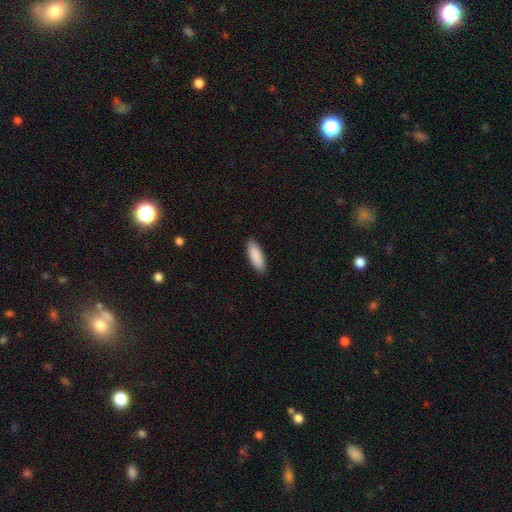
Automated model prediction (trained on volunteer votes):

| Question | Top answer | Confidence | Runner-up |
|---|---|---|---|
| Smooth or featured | smooth | 90% | star or artifact (5%) |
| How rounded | in between | 62% | cigar-shaped (37%) |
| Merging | none | 89% | minor disturbance (8%) |